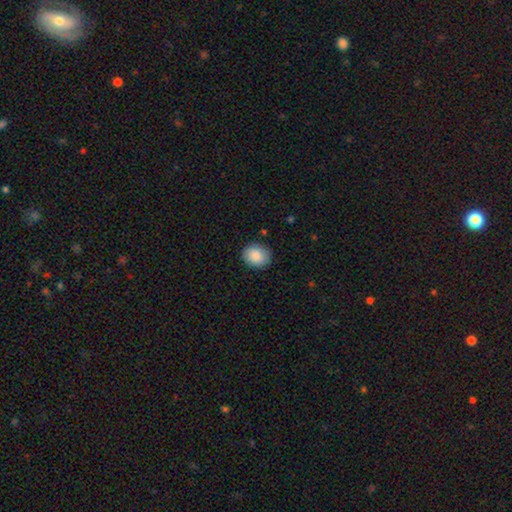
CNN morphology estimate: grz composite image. It shows a smooth galaxy with no disk features (87%) that is round (68%). Merging: none (86%).